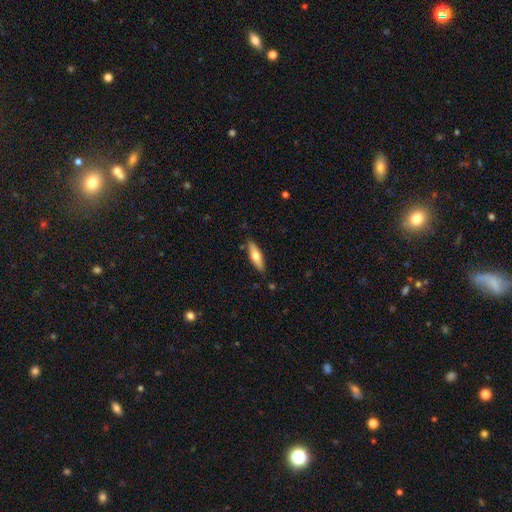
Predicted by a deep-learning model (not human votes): This appears to be a smooth galaxy with no disk features (63%) that is cigar-shaped (55%). Merging: none (84%).